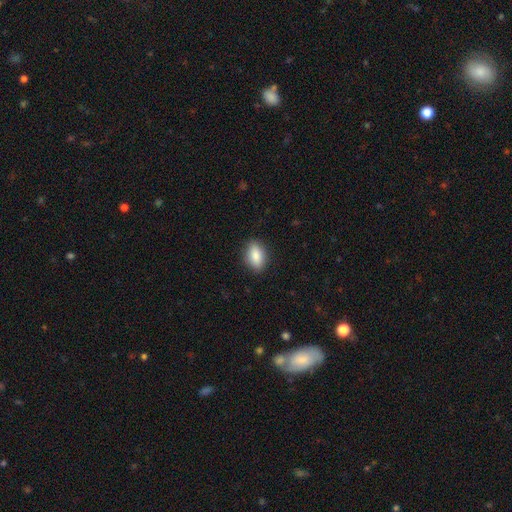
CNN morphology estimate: A smooth galaxy with no disk features (85%) that is in between round and cigar-shaped (86%).

Vote fractions:
- Smooth or featured? smooth: 85% / featured or disk: 8% / star or artifact: 7%
- How rounded? in between: 86% / round: 9% / cigar-shaped: 5%
- Merging? none: 87% / minor disturbance: 10% / major disturbance: 2% / merger: 1%